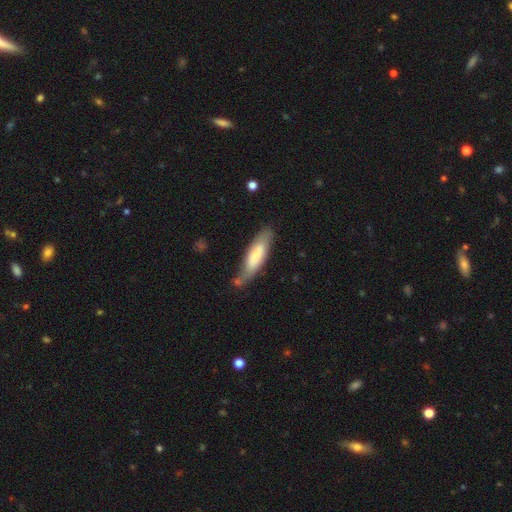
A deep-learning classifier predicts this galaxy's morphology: Q: Smooth or featured?
A: smooth (69%); runner-up: featured or disk (26%)
Q: How rounded?
A: cigar-shaped (58%); runner-up: in between (40%)
Q: Merging?
A: none (63%); runner-up: minor disturbance (24%)